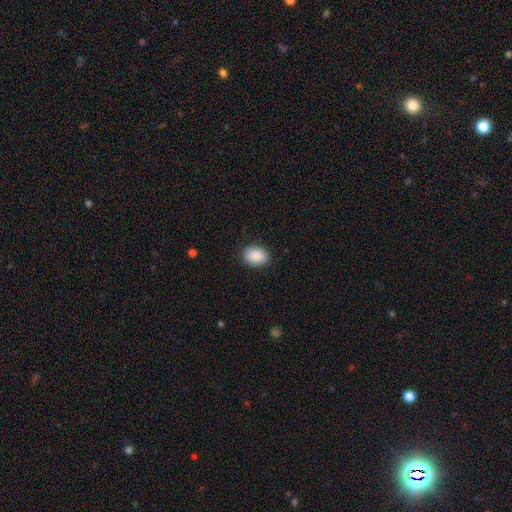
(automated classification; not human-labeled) Smooth or featured? Predicted: smooth (p=0.89). How rounded? Predicted: in between (p=0.75). Merging? Predicted: none (p=0.87).